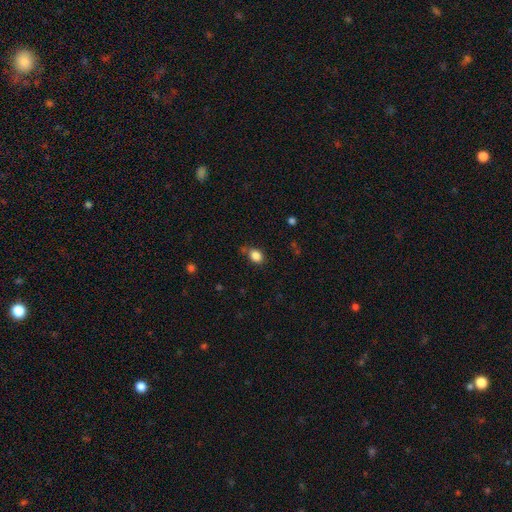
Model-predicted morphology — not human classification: Overall: smooth (85%). How rounded: in between (60%; round 39%). Merging: none (71%).